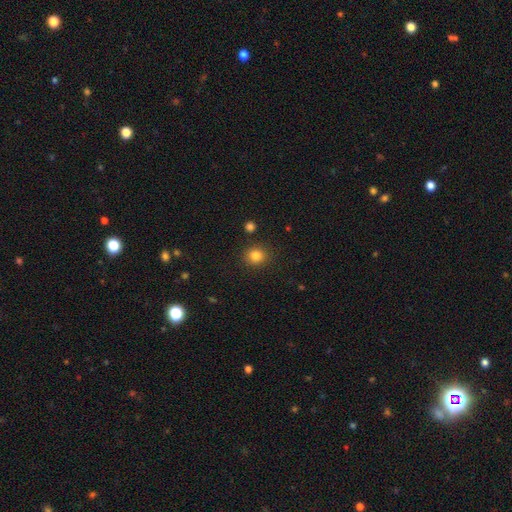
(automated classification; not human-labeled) This appears to be a smooth galaxy with no disk features (83%) that is round (82%). Merging: none (88%).